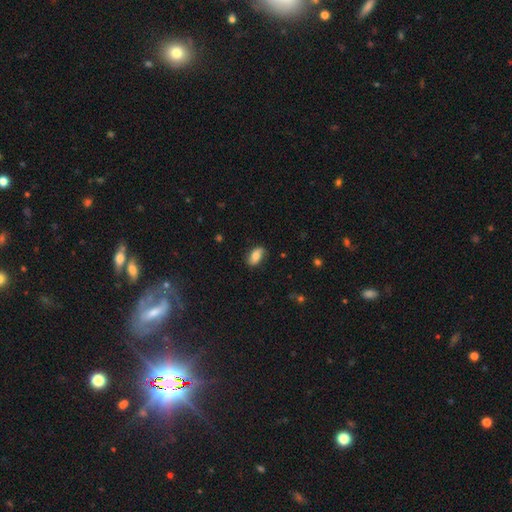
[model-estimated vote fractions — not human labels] This appears to be a smooth galaxy with no disk features (70%) that is in between round and cigar-shaped (90%). Merging: none (76%).